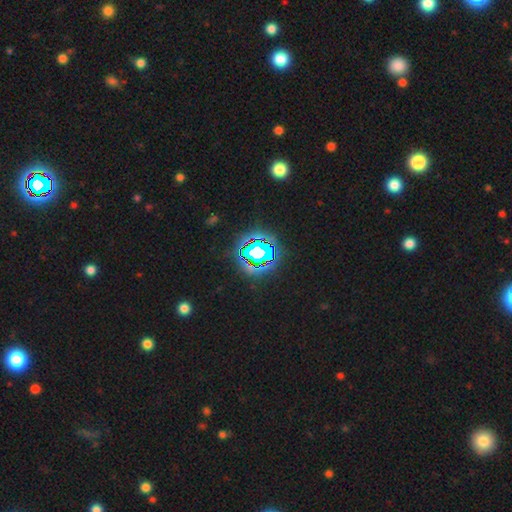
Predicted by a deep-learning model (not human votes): A star or artifact, not a galaxy (74%).